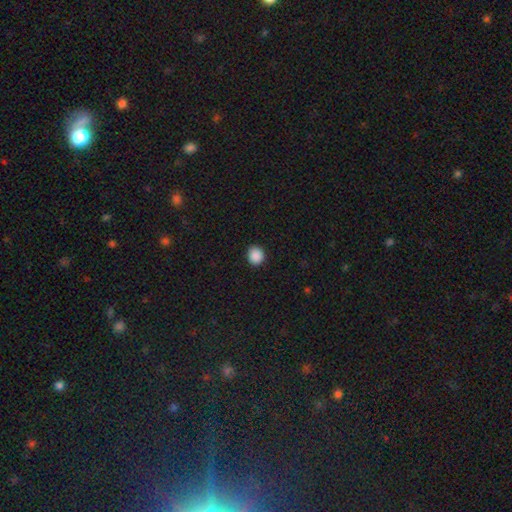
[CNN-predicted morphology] A smooth galaxy with no disk features (89%) that is round (84%).

Vote fractions:
- Smooth or featured? smooth: 89% / star or artifact: 9% / featured or disk: 2%
- How rounded? round: 84% / in between: 15% / cigar-shaped: 1%
- Merging? none: 91% / minor disturbance: 6% / major disturbance: 2% / merger: 1%